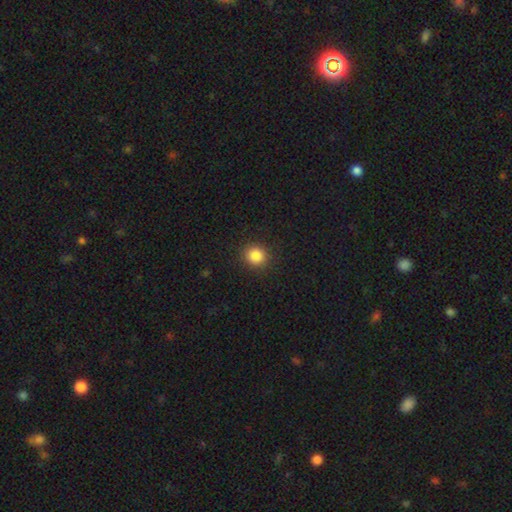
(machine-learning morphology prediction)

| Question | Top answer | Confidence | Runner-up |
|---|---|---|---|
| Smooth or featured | smooth | 85% | star or artifact (11%) |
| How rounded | round | 86% | in between (13%) |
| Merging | none | 90% | minor disturbance (6%) |